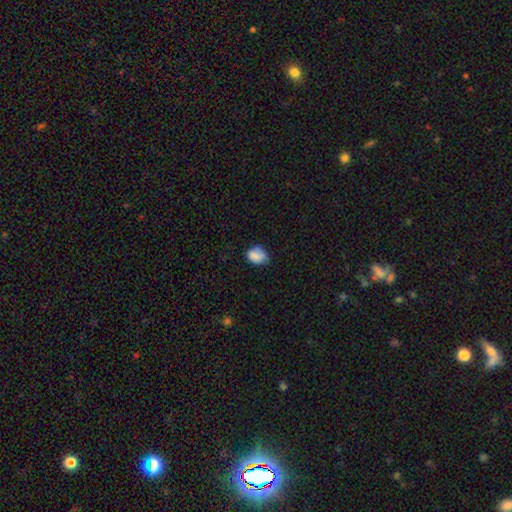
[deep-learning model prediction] smooth_or_featured: smooth (p=0.84) [alt: star or artifact p=0.09]
how_rounded: in between (p=0.63) [alt: round p=0.36]
merging: none (p=0.53) [alt: minor disturbance p=0.37]